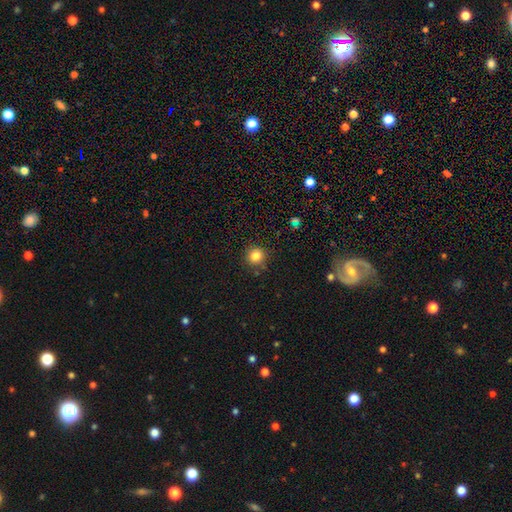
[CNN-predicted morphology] Smooth or featured?
  - smooth: 84% *
  - star or artifact: 12%
  - featured or disk: 5%
How rounded?
  - round: 91% *
  - in between: 8%
  - cigar-shaped: 1%
Merging?
  - none: 86% *
  - minor disturbance: 9%
  - major disturbance: 3%
  - merger: 2%